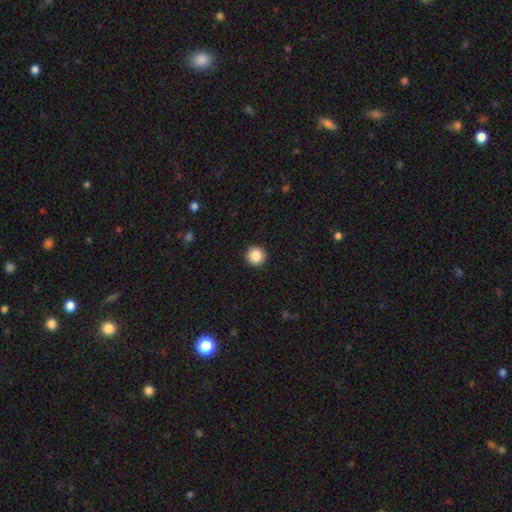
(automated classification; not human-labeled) Smooth or featured?
  - smooth: 87% *
  - star or artifact: 9%
  - featured or disk: 4%
How rounded?
  - round: 96% *
  - in between: 3%
  - cigar-shaped: 1%
Merging?
  - none: 94% *
  - minor disturbance: 4%
  - major disturbance: 1%
  - merger: 1%